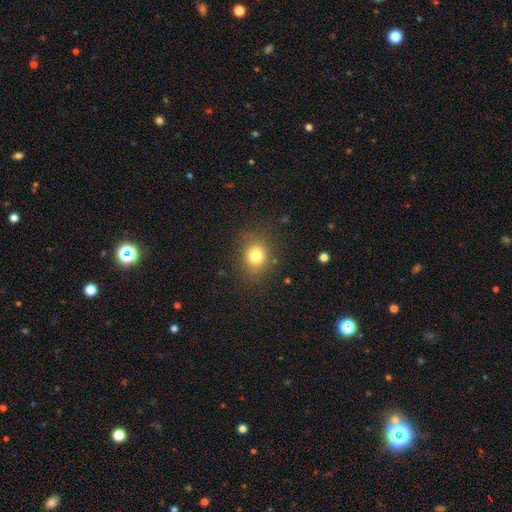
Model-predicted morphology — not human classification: Q: Smooth or featured?
A: smooth (78%); runner-up: star or artifact (13%)
Q: How rounded?
A: round (66%); runner-up: in between (34%)
Q: Merging?
A: none (83%); runner-up: minor disturbance (11%)